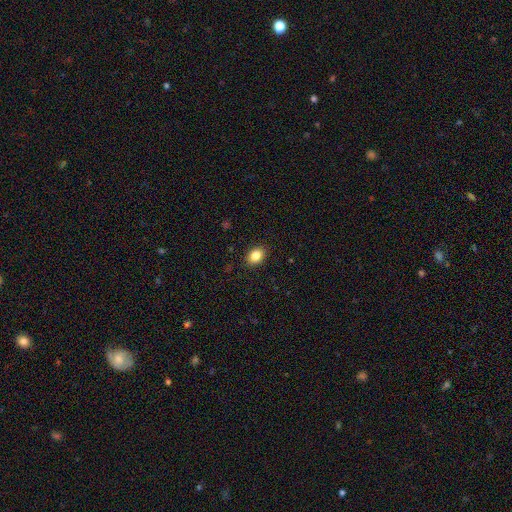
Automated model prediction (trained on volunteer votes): This appears to be a smooth galaxy with no disk features (85%) that is in between round and cigar-shaped (70%). Merging: none (89%).